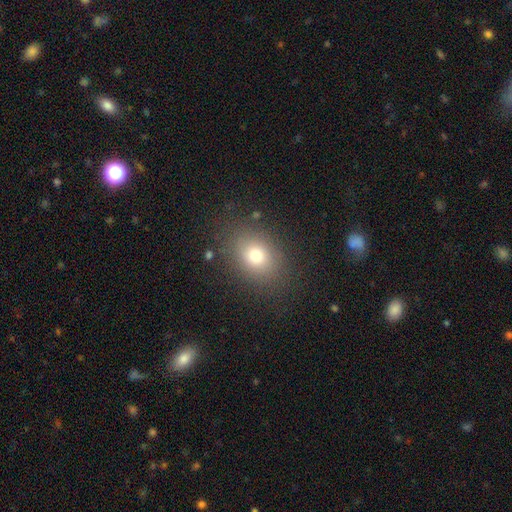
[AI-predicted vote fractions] A smooth galaxy with no disk features (74%) that is in between round and cigar-shaped (58%). Merging: none (83%).